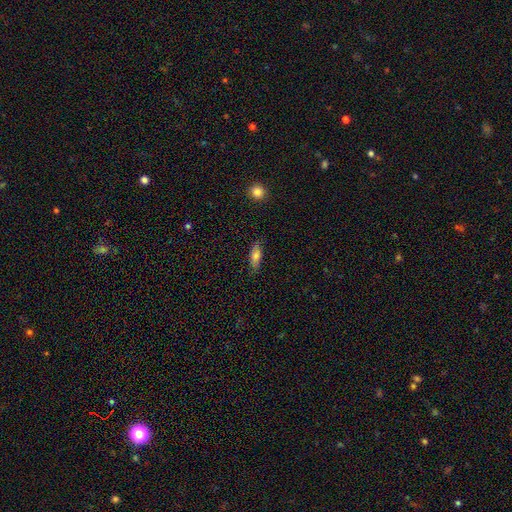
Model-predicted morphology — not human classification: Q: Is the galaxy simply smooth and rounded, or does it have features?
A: smooth — 74%.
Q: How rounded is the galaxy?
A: in between — 64%.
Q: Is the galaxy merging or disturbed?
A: none — 79%.